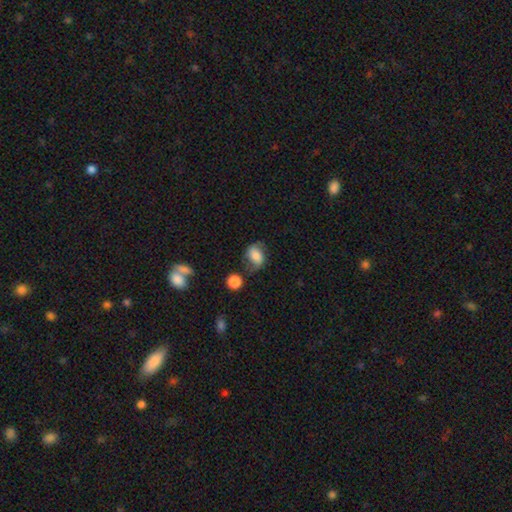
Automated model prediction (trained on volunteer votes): Morphology: type=smooth (63%); roundness=in between (66%); merging=none (56%).